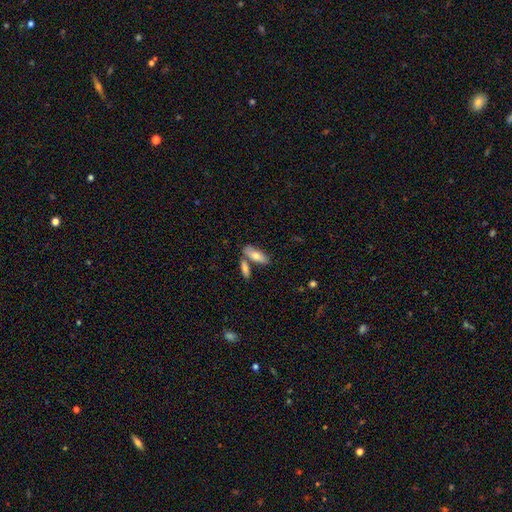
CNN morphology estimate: smooth-or-featured: smooth: 72% | featured or disk: 22% | star or artifact: 6%
  how-rounded: in between: 70% | cigar-shaped: 27% | round: 2%
  merging: none: 59% | merger: 26% | minor disturbance: 11% | major disturbance: 3%